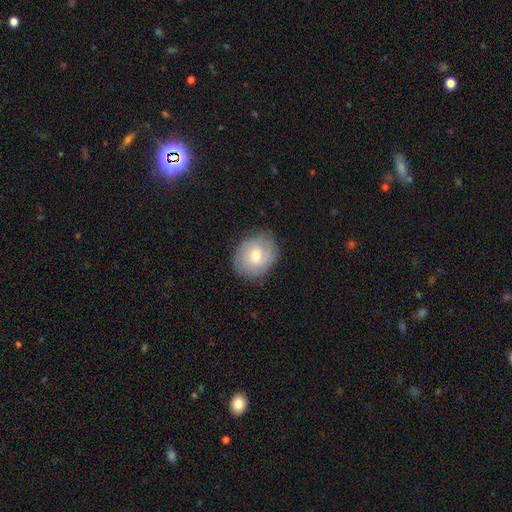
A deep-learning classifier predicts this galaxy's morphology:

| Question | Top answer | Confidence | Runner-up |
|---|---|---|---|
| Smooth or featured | smooth | 49% | featured or disk (43%) |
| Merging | none | 80% | minor disturbance (15%) |